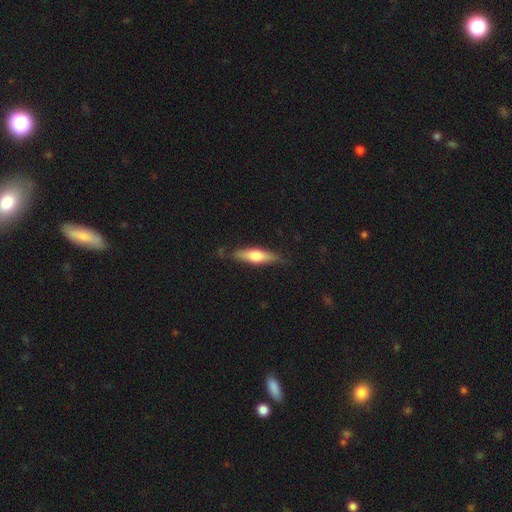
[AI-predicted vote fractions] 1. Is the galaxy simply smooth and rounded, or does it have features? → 54% smooth, 40% featured or disk, 5% star or artifact.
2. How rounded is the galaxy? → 66% cigar-shaped, 32% in between, 2% round.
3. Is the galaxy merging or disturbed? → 80% none, 15% minor disturbance, 3% major disturbance, 2% merger.